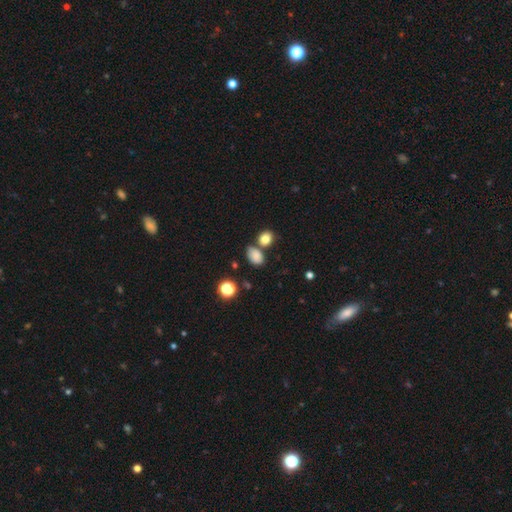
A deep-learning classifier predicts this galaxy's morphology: Overall: smooth (81%). How rounded: in between (75%). Merging: none (59%; merger 19%).